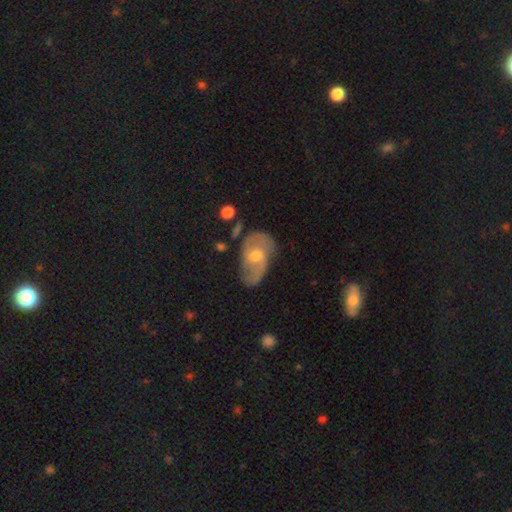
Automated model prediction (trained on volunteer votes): The model was most divided on "merging": none: 54%, minor disturbance: 30%, major disturbance: 12%, merger: 3%. More confident: edge-on disk — no (94%); spiral arms — yes (77%); bulge size — moderate (71%); smooth or featured — featured or disk (68%); bar — no (63%).